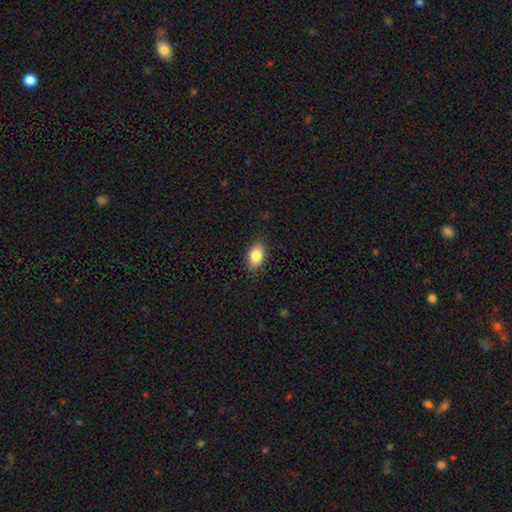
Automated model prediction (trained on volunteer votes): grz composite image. It shows a smooth galaxy with no disk features (83%) that is in between round and cigar-shaped (89%). Merging: none (86%).